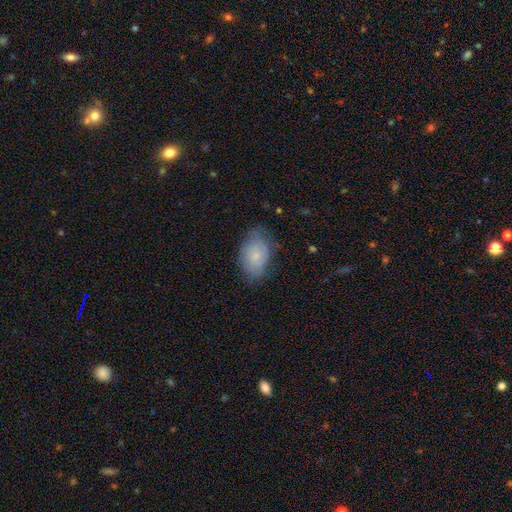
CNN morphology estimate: type=smooth (63%); roundness=in between (85%); merging=none (63%).